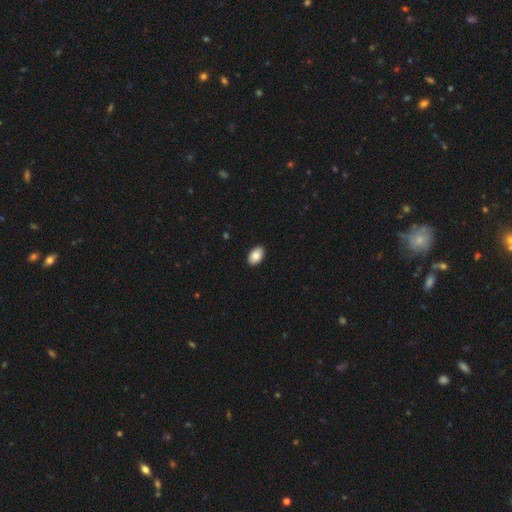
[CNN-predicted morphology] A smooth galaxy with no disk features (86%) that is in between round and cigar-shaped (91%).

Vote fractions:
- Smooth or featured? smooth: 86% / featured or disk: 7% / star or artifact: 7%
- How rounded? in between: 91% / round: 8% / cigar-shaped: 1%
- Merging? none: 91% / minor disturbance: 7% / major disturbance: 2% / merger: 1%